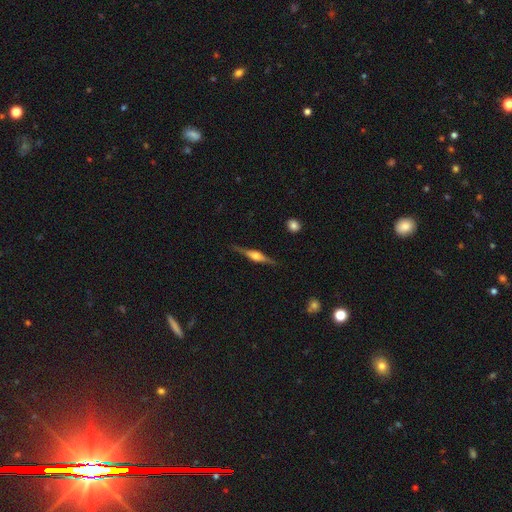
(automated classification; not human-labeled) This is likely a featured or disk galaxy (77%). It is clearly viewed edge-on (97%). Edge-on bulge: clearly rounded (86%). Merging: clearly none (86%).